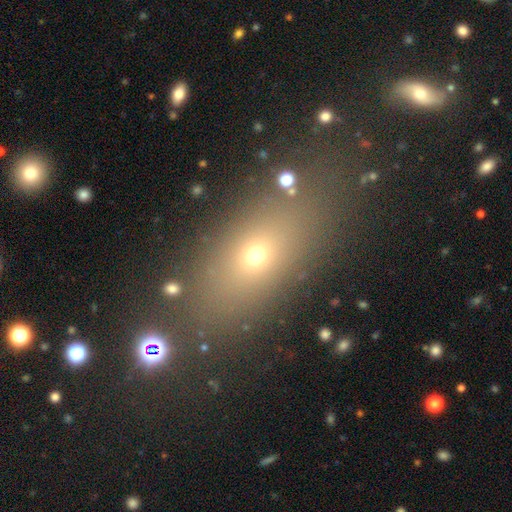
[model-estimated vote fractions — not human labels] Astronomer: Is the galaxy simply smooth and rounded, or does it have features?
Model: smooth — 63%.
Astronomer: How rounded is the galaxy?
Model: in between — 72%.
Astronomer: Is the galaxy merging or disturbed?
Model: none — 76%.